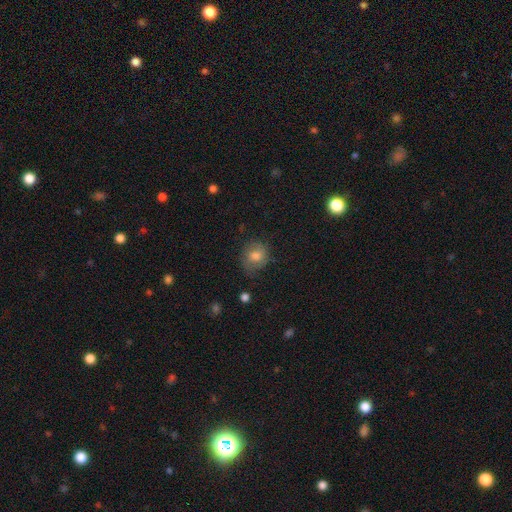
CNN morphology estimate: Overall: smooth (71%). How rounded: round (74%). Merging: none (65%).